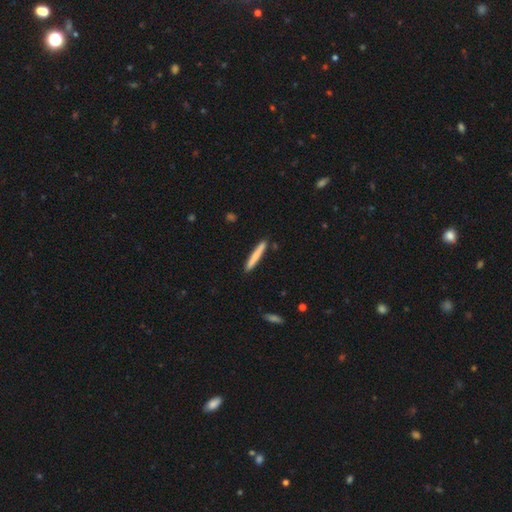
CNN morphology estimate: Smooth or featured? smooth (73%)
How rounded? cigar-shaped (96%)
Merging? none (90%)